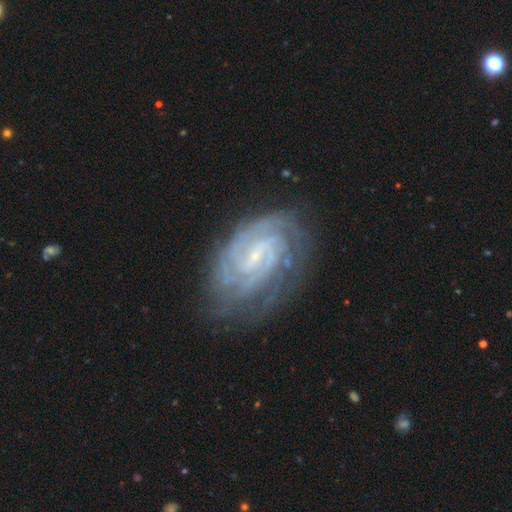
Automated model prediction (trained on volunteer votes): Smooth or featured?
  - featured or disk: 89% *
  - star or artifact: 6%
  - smooth: 5%
Edge-on disk?
  - no: 97% *
  - yes: 3%
Bar?
  - weak: 52% *
  - strong: 26%
  - no: 22%
Spiral arms?
  - yes: 98% *
  - no: 2%
Spiral winding?
  - tight: 70% *
  - medium: 26%
  - loose: 4%
Spiral arm count?
  - 2: 31% *
  - can't tell: 23%
  - 3: 17%
  - 4: 15%
  - more than 4: 7%
  - 1: 6%
Bulge size?
  - small: 78% *
  - moderate: 13%
  - none: 7%
  - large: 1%
  - dominant: 1%
Merging?
  - none: 74% *
  - minor disturbance: 18%
  - major disturbance: 7%
  - merger: 2%